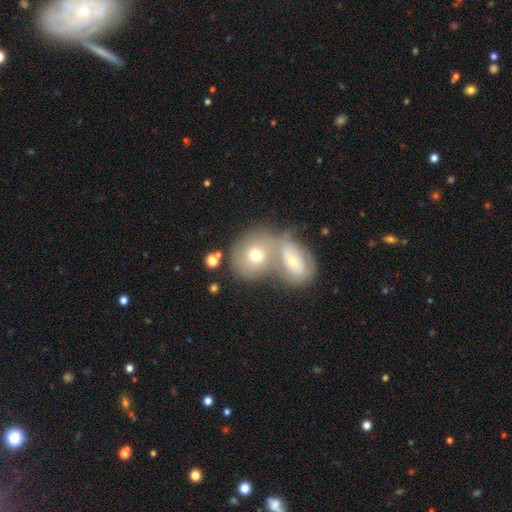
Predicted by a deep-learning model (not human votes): A smooth galaxy with no disk features (61%) that is round (70%). Merging: merger (58%).